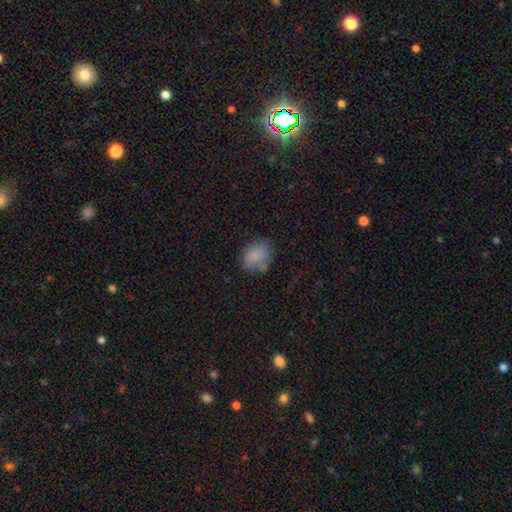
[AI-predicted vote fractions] Morphology: type=smooth (78%); roundness=in between (52%); merging=none (61%).